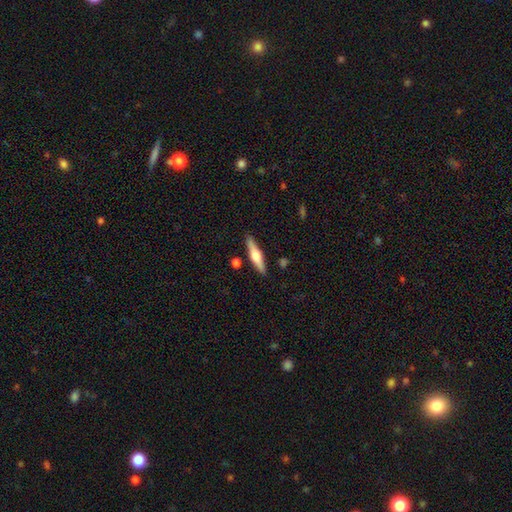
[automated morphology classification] smooth_or_featured: featured or disk (p=0.57) [alt: smooth p=0.37]
disk_edge_on: yes (p=0.96) [alt: no p=0.04]
edge_on_bulge: rounded (p=0.91) [alt: boxy p=0.06]
merging: none (p=0.88) [alt: minor disturbance p=0.07]